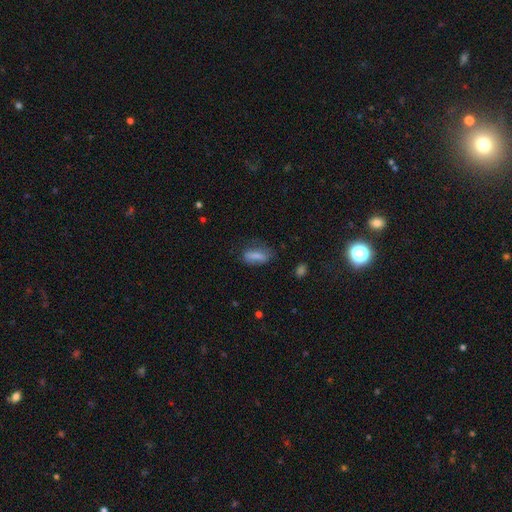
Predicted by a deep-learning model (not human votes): This appears to be a smooth galaxy with no disk features (74%) that is in between round and cigar-shaped (70%). Merging: none (61%).